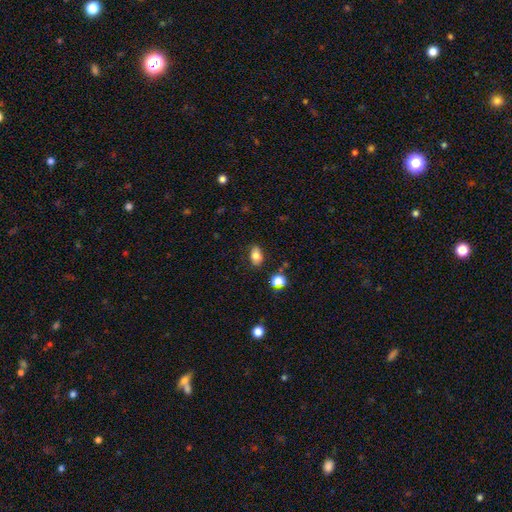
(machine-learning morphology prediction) Smooth or featured? smooth (80%)
How rounded? in between (84%)
Merging? none (81%)